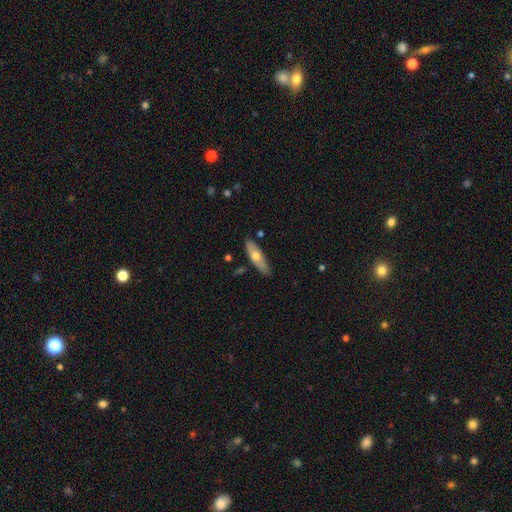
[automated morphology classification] This is possibly a smooth galaxy (56%). How rounded: possibly in between (51%). Merging: likely none (80%).